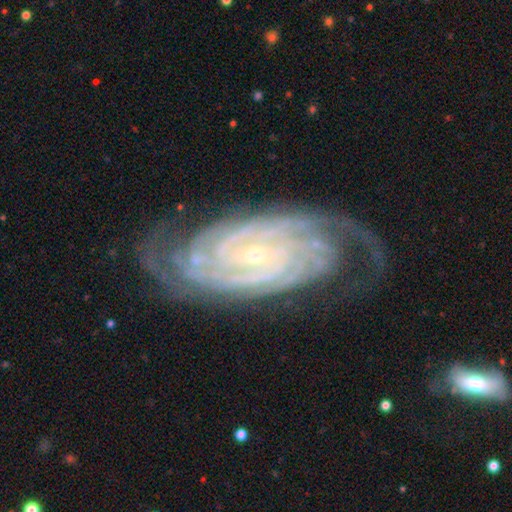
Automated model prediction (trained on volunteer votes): Smooth or featured?
  - featured or disk: 92% *
  - star or artifact: 5%
  - smooth: 3%
Edge-on disk?
  - no: 96% *
  - yes: 4%
Bar?
  - no: 47% *
  - weak: 35%
  - strong: 18%
Spiral arms?
  - yes: 99% *
  - no: 1%
Spiral winding?
  - tight: 79% *
  - medium: 18%
  - loose: 3%
Spiral arm count?
  - 4: 22% *
  - 2: 21%
  - 3: 18%
  - can't tell: 17%
  - more than 4: 13%
  - 1: 8%
Bulge size?
  - small: 80% *
  - moderate: 17%
  - none: 1%
  - large: 1%
  - dominant: 1%
Merging?
  - none: 72% *
  - minor disturbance: 19%
  - major disturbance: 8%
  - merger: 2%